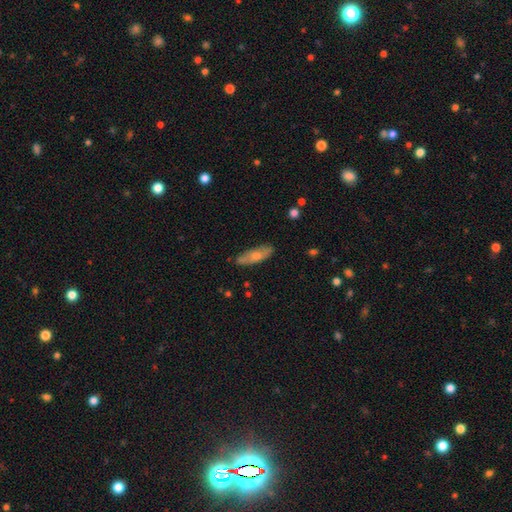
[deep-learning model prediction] A smooth galaxy with no disk features (62%) that is in between round and cigar-shaped (53%). Merging: none (81%).